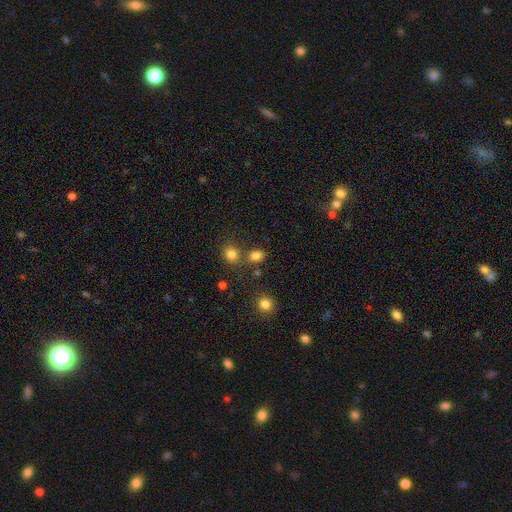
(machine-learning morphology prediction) smooth_or_featured: smooth (p=0.82) [alt: star or artifact p=0.13]
how_rounded: in between (p=0.55) [alt: round p=0.44]
merging: none (p=0.68) [alt: merger p=0.19]